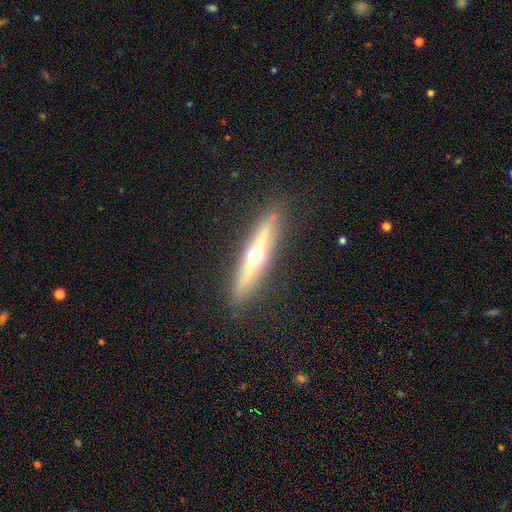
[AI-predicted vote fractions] Smooth or featured? Predicted: featured or disk (p=0.60). Edge-on disk? Predicted: yes (p=0.91). Edge-on bulge? Predicted: rounded (p=0.93). Merging? Predicted: none (p=0.88).